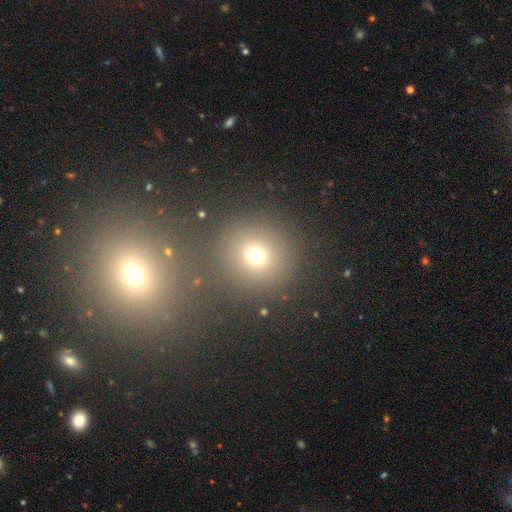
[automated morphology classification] smooth-or-featured: smooth: 70% | star or artifact: 21% | featured or disk: 10%
  how-rounded: round: 90% | in between: 9% | cigar-shaped: 1%
  merging: none: 73% | merger: 12% | minor disturbance: 9% | major disturbance: 6%